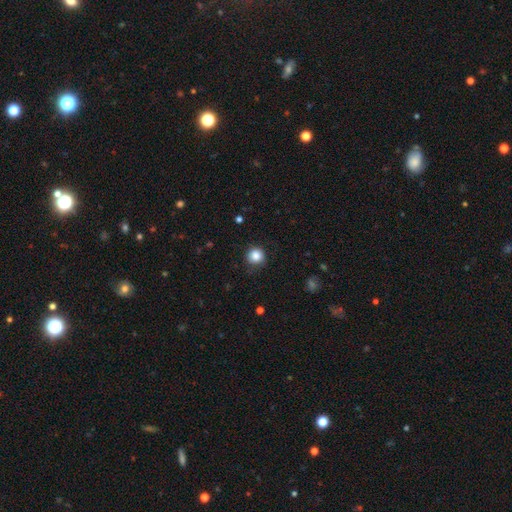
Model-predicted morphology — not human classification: This appears to be a smooth galaxy with no disk features (85%) that is round (91%). Merging: none (81%).